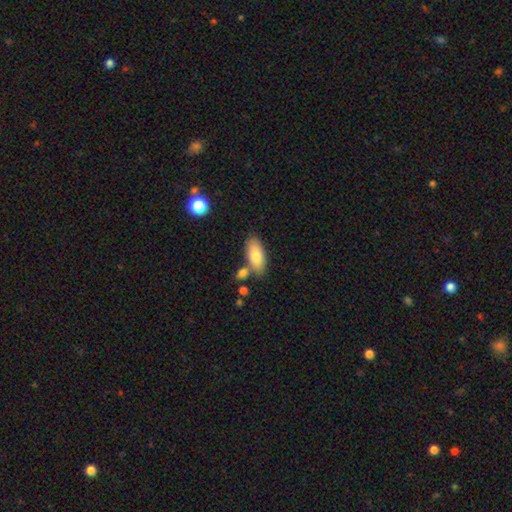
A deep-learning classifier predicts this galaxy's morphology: smooth_or_featured: smooth (p=0.80) [alt: featured or disk p=0.13]
how_rounded: in between (p=0.85) [alt: cigar-shaped p=0.12]
merging: none (p=0.69) [alt: merger p=0.14]